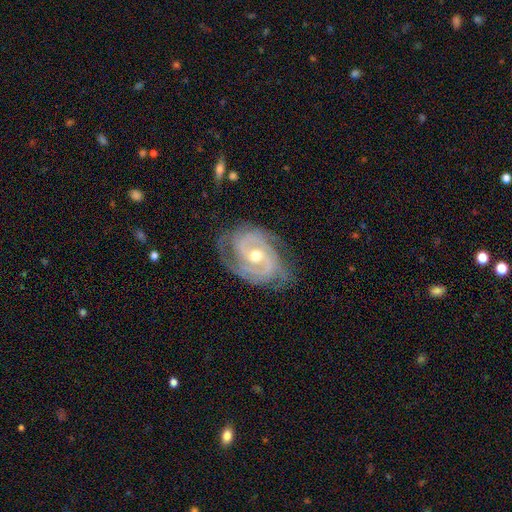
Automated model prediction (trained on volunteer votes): The model was most divided on "bar": no: 53%, weak: 35%, strong: 12%. Remaining: spiral arms — yes (97%); edge-on disk — no (97%); smooth or featured — featured or disk (91%); merging — none (72%); bulge size — moderate (70%); spiral winding — tight (63%); spiral arm count — 2 (47%).